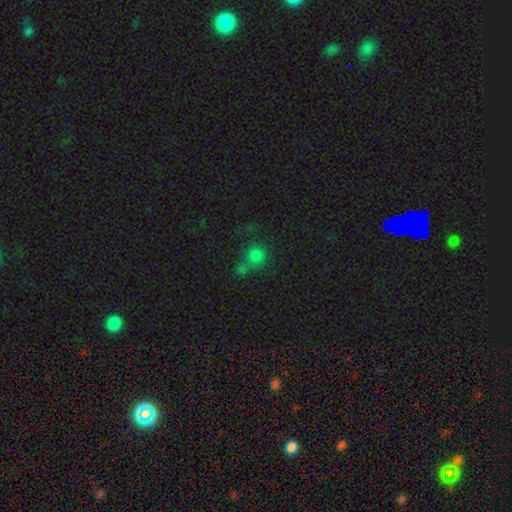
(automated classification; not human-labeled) Smooth or featured?
  - smooth: 73% *
  - star or artifact: 20%
  - featured or disk: 8%
How rounded?
  - round: 84% *
  - in between: 15%
  - cigar-shaped: 1%
Merging?
  - merger: 44% *
  - none: 38%
  - minor disturbance: 11%
  - major disturbance: 7%